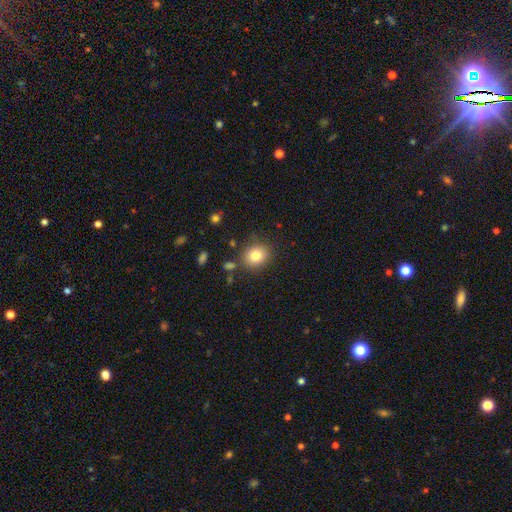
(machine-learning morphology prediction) The model was most divided on "how rounded": round: 71%, in between: 28%, cigar-shaped: 1%. More confident: merging — none (82%); smooth or featured — smooth (81%).